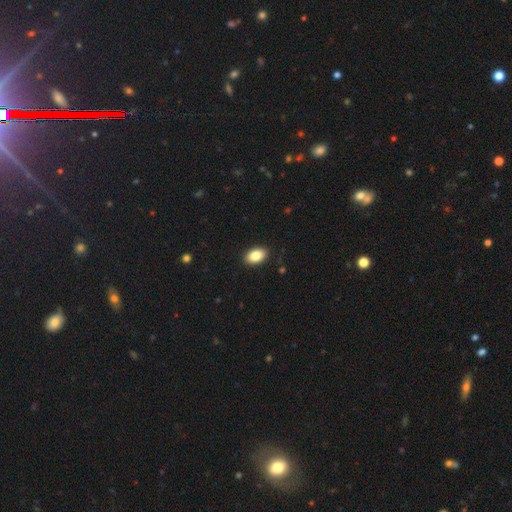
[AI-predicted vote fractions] Q: Smooth or featured?
A: smooth (85%); runner-up: featured or disk (8%)
Q: How rounded?
A: in between (91%); runner-up: round (7%)
Q: Merging?
A: none (90%); runner-up: minor disturbance (8%)